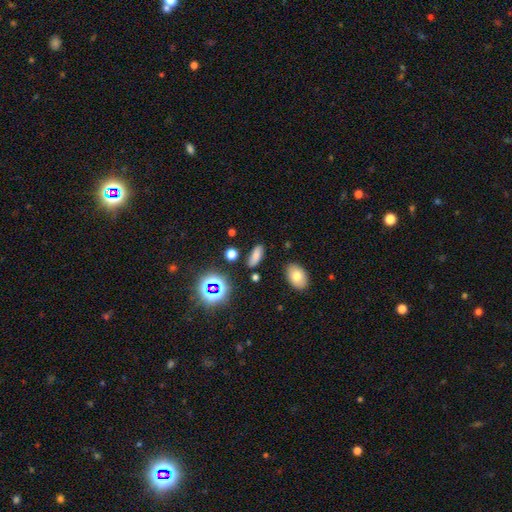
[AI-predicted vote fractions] Smooth or featured? Predicted: smooth (p=0.73). How rounded? Predicted: in between (p=0.74). Merging? Predicted: none (p=0.83).